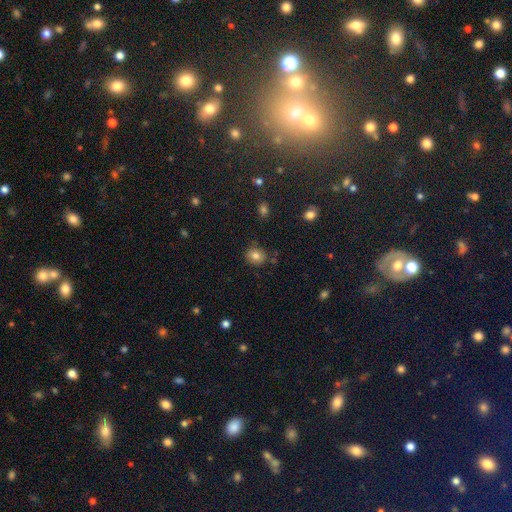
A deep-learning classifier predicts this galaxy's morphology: Smooth or featured: smooth — 80% (star or artifact — 12%)
How rounded: round — 70% (in between — 29%)
Merging: none — 81% (minor disturbance — 12%)